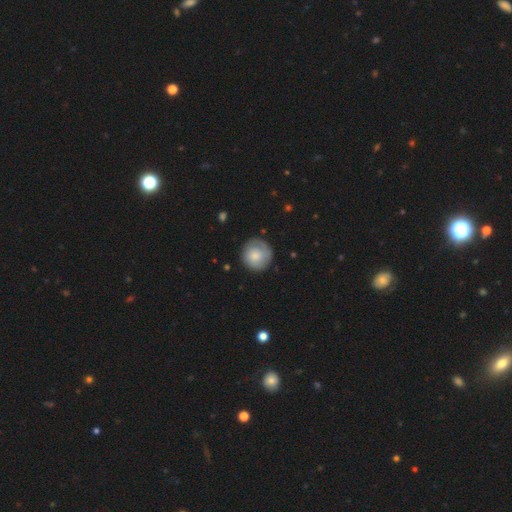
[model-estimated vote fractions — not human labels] Smooth or featured: smooth — 72% (featured or disk — 21%)
How rounded: round — 94% (in between — 5%)
Merging: none — 80% (minor disturbance — 14%)